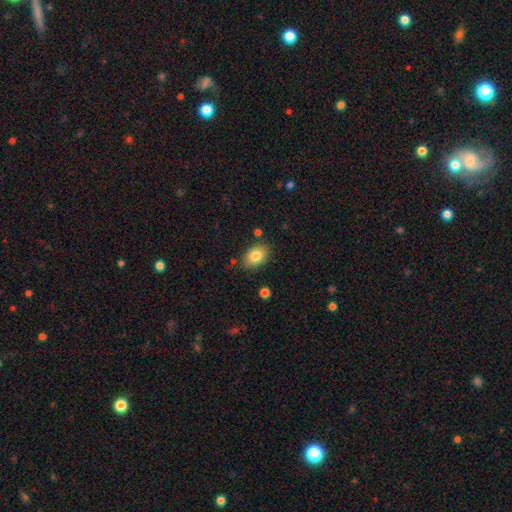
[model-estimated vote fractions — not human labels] The model was most divided on "merging": none: 82%, minor disturbance: 12%, major disturbance: 3%, merger: 3%. More confident: how rounded — in between (86%); smooth or featured — smooth (83%).